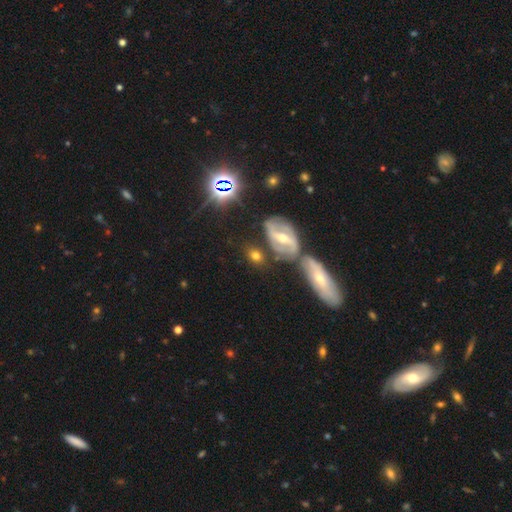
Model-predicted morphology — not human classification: Smooth or featured? Predicted: smooth (p=0.54). How rounded? Predicted: in between (p=0.57). Merging? Predicted: none (p=0.59).